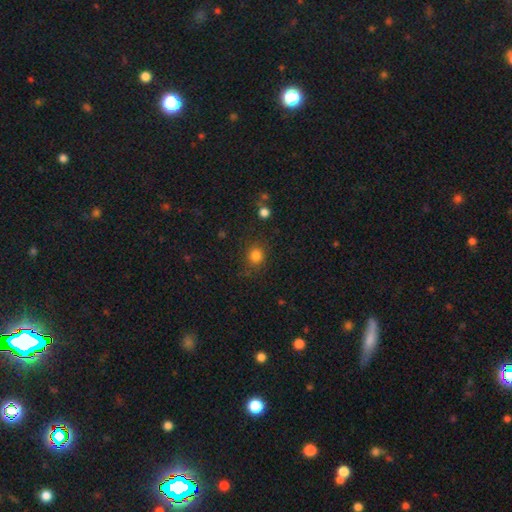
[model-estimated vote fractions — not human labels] smooth_or_featured: smooth (p=0.82) [alt: star or artifact p=0.13]
how_rounded: round (p=0.81) [alt: in between p=0.18]
merging: none (p=0.82) [alt: minor disturbance p=0.11]